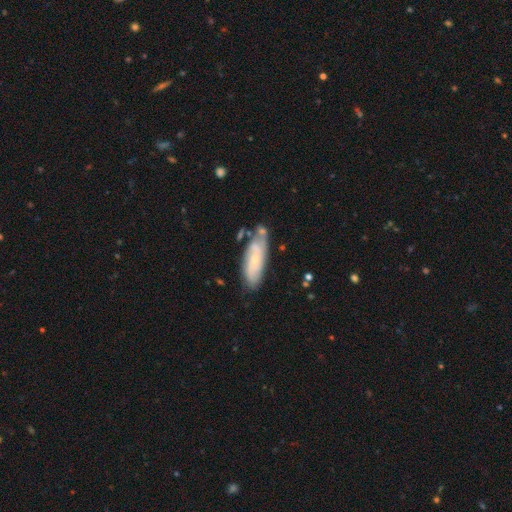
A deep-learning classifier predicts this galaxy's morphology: Smooth or featured?
  - smooth: 49% *
  - featured or disk: 40%
  - star or artifact: 12%
Merging?
  - none: 61% *
  - minor disturbance: 22%
  - merger: 10%
  - major disturbance: 7%